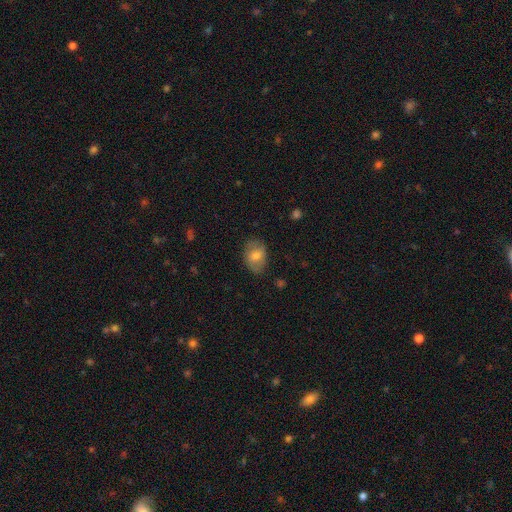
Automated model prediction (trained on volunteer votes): A smooth galaxy with no disk features (67%) that is in between round and cigar-shaped (75%). Merging: none (75%).